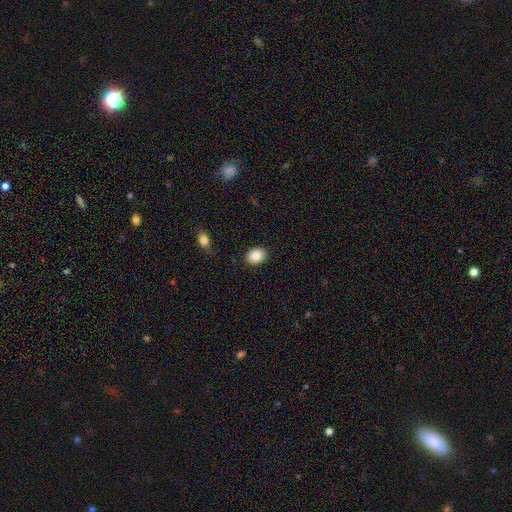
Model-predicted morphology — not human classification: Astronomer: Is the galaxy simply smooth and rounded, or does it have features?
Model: smooth — 86%.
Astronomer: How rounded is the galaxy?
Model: in between — 68%.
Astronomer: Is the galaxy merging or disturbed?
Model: none — 86%.